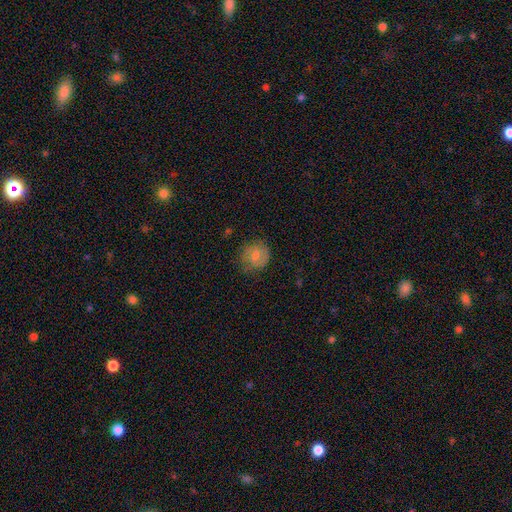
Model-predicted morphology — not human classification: Smooth or featured? Predicted: smooth (p=0.71). How rounded? Predicted: round (p=0.80). Merging? Predicted: none (p=0.68).